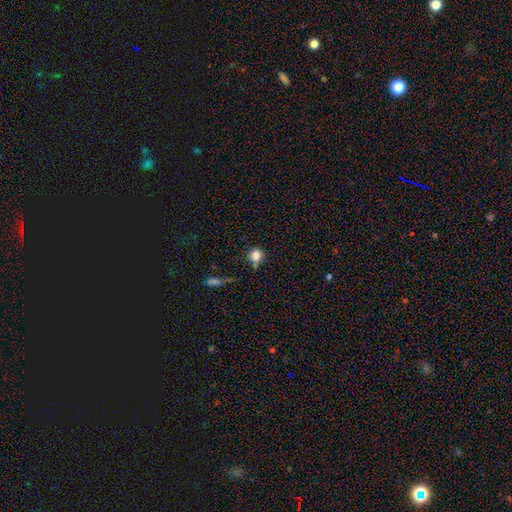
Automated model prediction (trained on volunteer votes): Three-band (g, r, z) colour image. It shows a smooth galaxy with no disk features (82%) that is round (79%). Merging: none (62%).